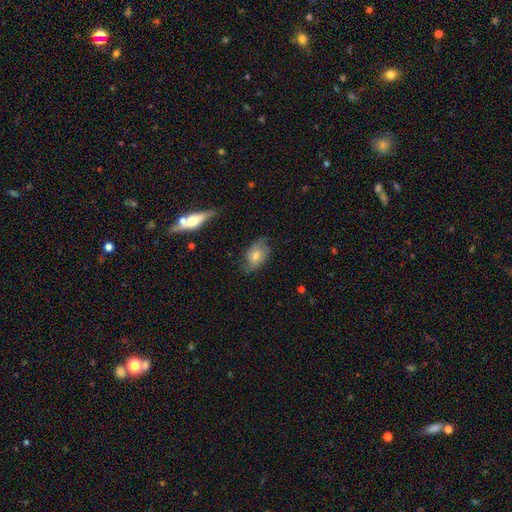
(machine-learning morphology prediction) Q: Smooth or featured?
A: featured or disk (45%); tied with: smooth (45%)
Q: Merging?
A: none (67%); runner-up: minor disturbance (24%)